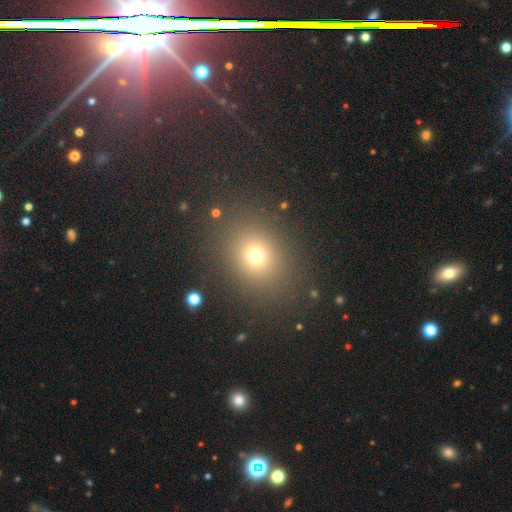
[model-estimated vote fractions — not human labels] Morphology: type=smooth (69%); roundness=round (62%); merging=none (85%).